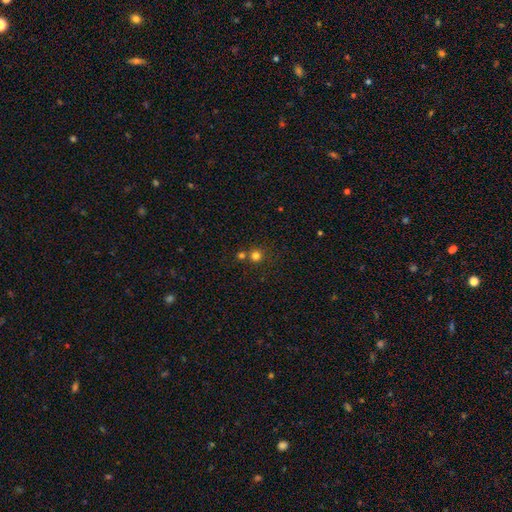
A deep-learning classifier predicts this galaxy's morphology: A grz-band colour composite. It shows a smooth galaxy with no disk features (75%) that is round (93%). Merging: none (65%).